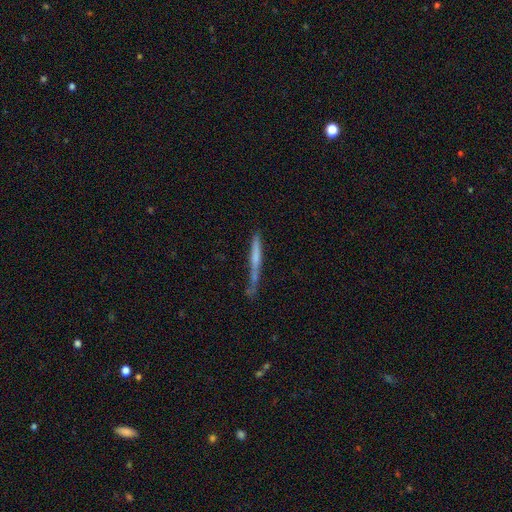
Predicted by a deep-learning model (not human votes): The model was most divided on "smooth or featured": smooth: 52%, featured or disk: 42%, star or artifact: 7%. More confident: how rounded — cigar-shaped (96%); merging — none (57%).